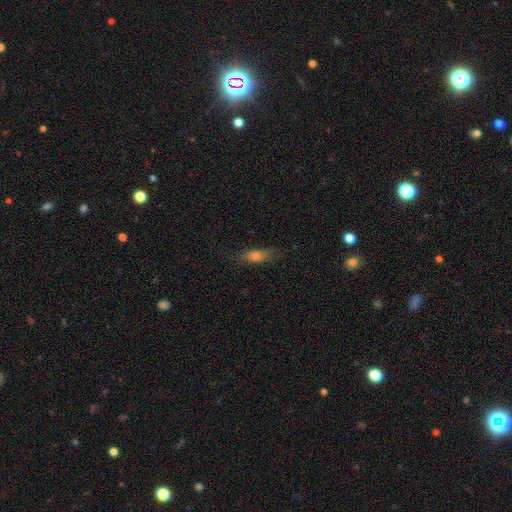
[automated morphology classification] Overall: smooth (63%; featured or disk 25%). How rounded: cigar-shaped (52%; in between 44%). Merging: none (78%).